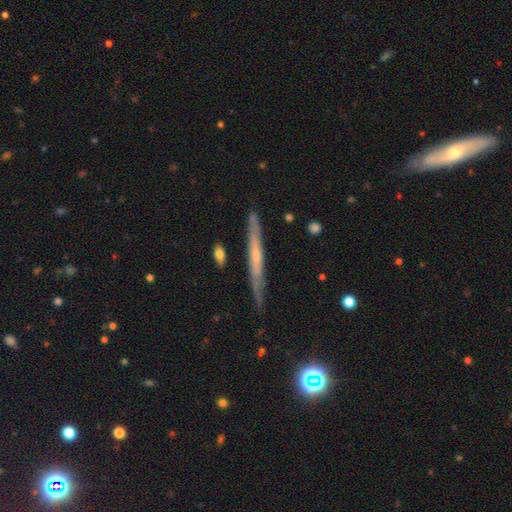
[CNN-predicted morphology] Smooth or featured: featured or disk — 56% (smooth — 37%)
Edge-on disk: yes — 93% (no — 7%)
Edge-on bulge: none — 67% (rounded — 27%)
Merging: none — 81% (minor disturbance — 14%)